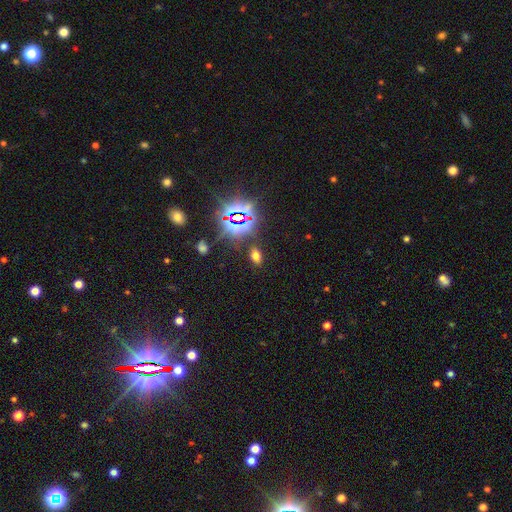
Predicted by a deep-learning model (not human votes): Smooth or featured? smooth (56%)
How rounded? in between (85%)
Merging? none (84%)